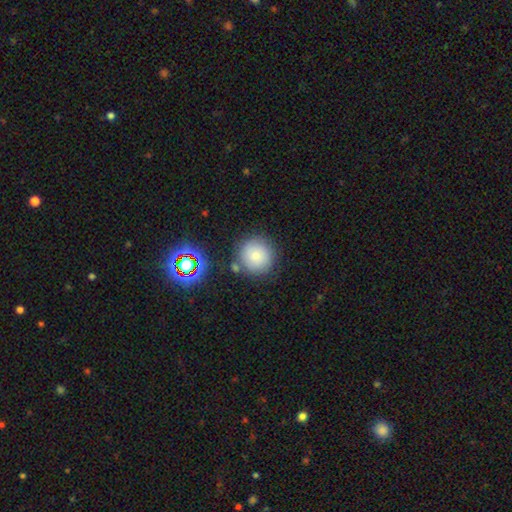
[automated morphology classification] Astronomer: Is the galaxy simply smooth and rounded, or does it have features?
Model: smooth — 80%.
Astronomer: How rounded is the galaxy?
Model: round — 94%.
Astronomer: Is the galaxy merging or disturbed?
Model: none — 77%.